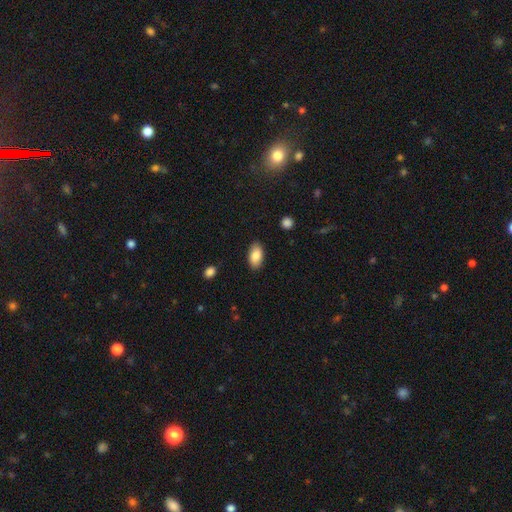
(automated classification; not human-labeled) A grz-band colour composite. It shows a smooth galaxy with no disk features (87%) that is in between round and cigar-shaped (94%). Merging: none (87%).